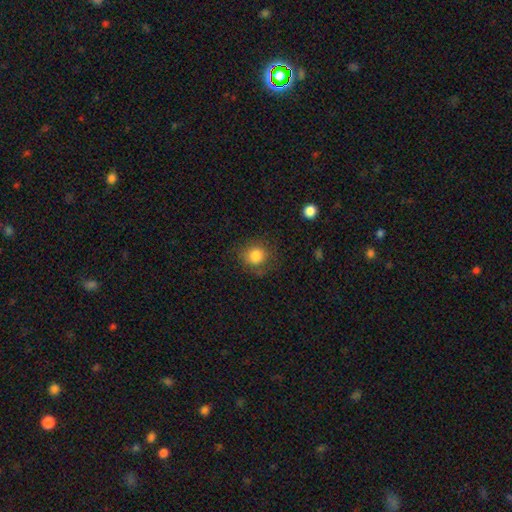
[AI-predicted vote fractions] A smooth galaxy with no disk features (83%) that is round (86%). Merging: none (77%).